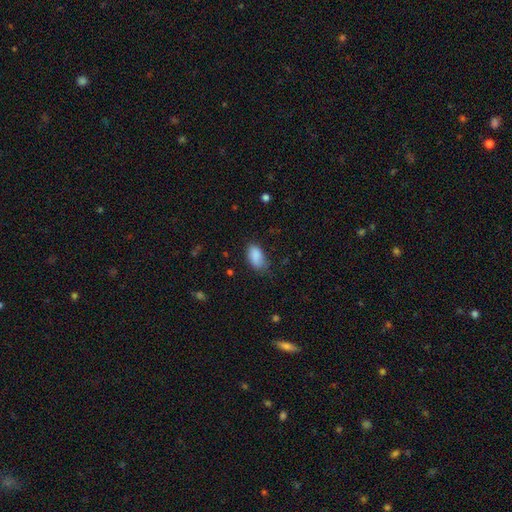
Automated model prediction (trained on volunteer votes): Smooth or featured? smooth (88%)
How rounded? in between (93%)
Merging? none (67%)